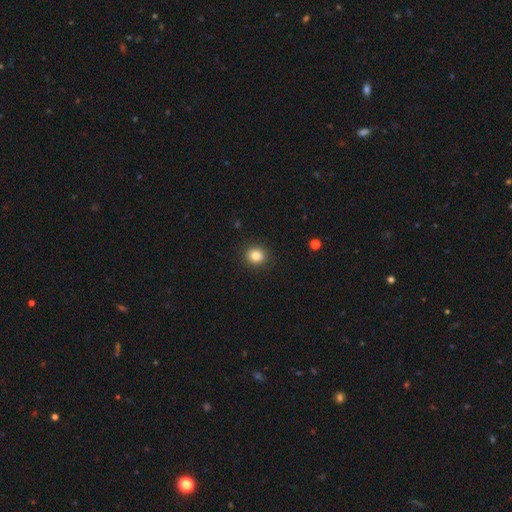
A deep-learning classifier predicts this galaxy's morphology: Q: Smooth or featured?
A: smooth (84%); runner-up: star or artifact (11%)
Q: How rounded?
A: round (84%); runner-up: in between (15%)
Q: Merging?
A: none (91%); runner-up: minor disturbance (6%)